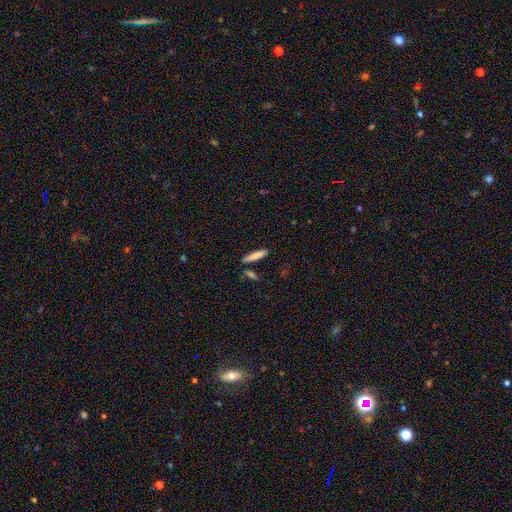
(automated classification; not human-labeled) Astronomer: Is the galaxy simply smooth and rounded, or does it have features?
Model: smooth — 81%.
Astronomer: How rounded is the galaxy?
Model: cigar-shaped — 88%.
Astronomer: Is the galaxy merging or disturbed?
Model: none — 86%.